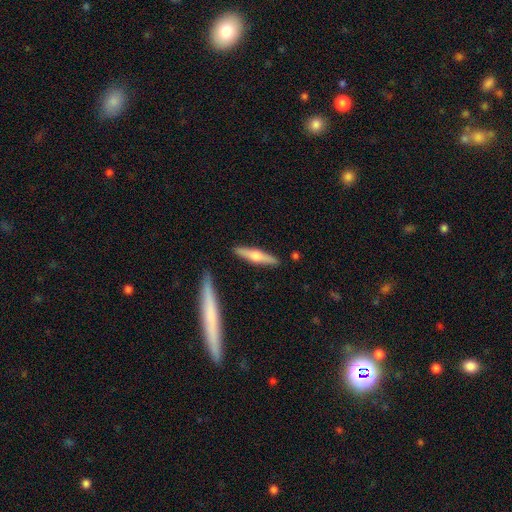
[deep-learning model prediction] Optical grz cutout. It shows a featured or disk galaxy (57%) viewed edge-on (96%) with a rounded central bulge (87%). Merging: none (88%).